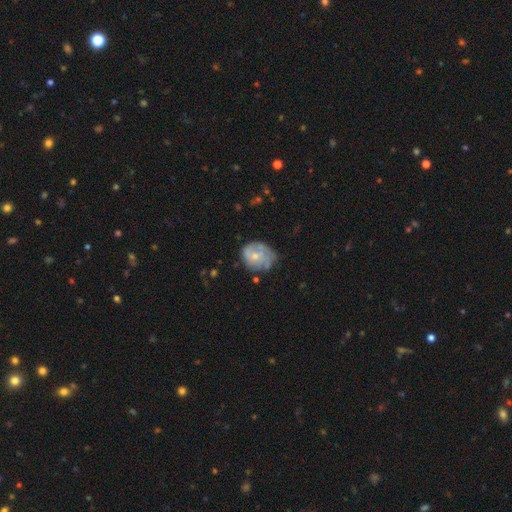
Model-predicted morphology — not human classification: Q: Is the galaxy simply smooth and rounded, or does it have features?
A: featured or disk — 54%.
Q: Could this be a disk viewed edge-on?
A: no — 97%.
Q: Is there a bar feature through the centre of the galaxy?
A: no — 81%.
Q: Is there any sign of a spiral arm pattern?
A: yes — 58%.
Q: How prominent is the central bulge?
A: small — 57%.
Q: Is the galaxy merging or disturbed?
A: none — 49%.